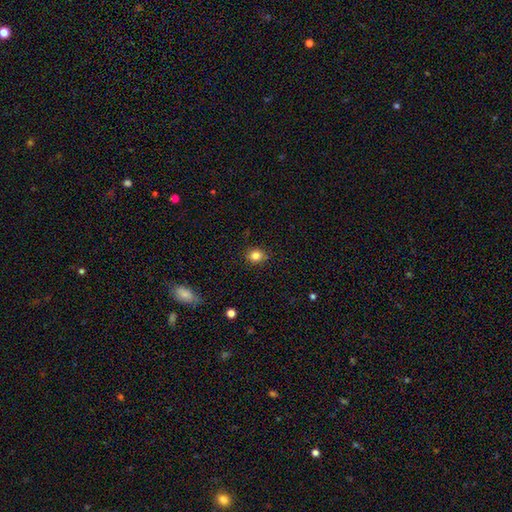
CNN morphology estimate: smooth 83%, star or artifact 12%, featured or disk 5%. Down the decision tree: how rounded — round (75%); merging — none (86%).